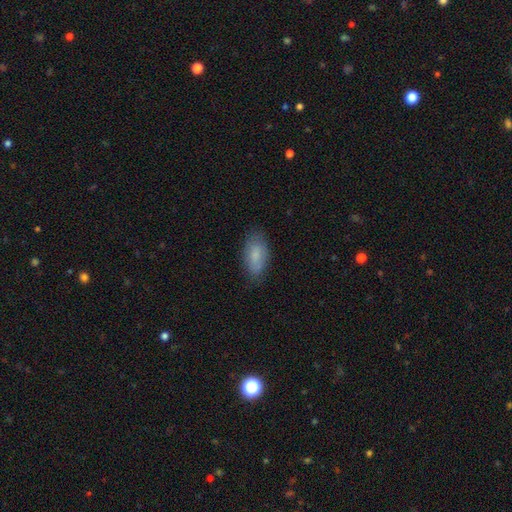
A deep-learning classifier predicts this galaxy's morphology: Smooth or featured: smooth — 81% (featured or disk — 13%)
How rounded: in between — 90% (cigar-shaped — 8%)
Merging: none — 78% (minor disturbance — 17%)